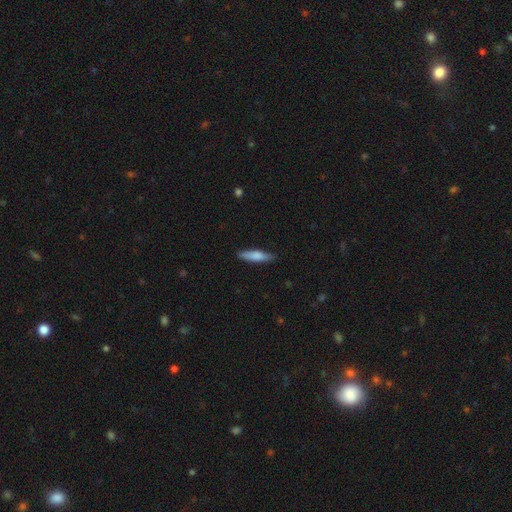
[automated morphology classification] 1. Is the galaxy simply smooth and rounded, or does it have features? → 73% smooth, 21% featured or disk, 6% star or artifact.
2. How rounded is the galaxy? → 79% cigar-shaped, 20% in between, 2% round.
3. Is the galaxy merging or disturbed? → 87% none, 10% minor disturbance, 2% major disturbance, 1% merger.